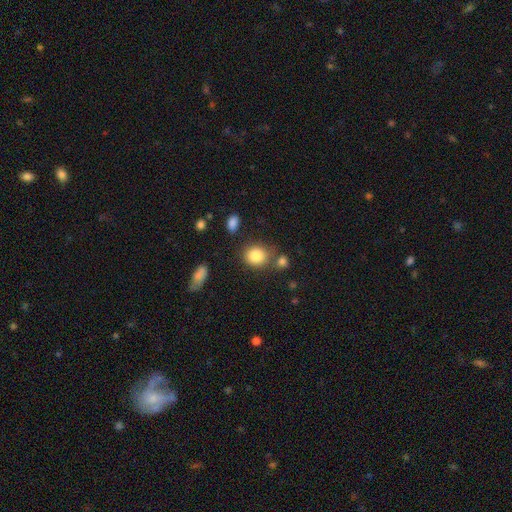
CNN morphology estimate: Q: Smooth or featured?
A: smooth (84%); runner-up: star or artifact (10%)
Q: How rounded?
A: round (74%); runner-up: in between (25%)
Q: Merging?
A: none (70%); runner-up: minor disturbance (13%)